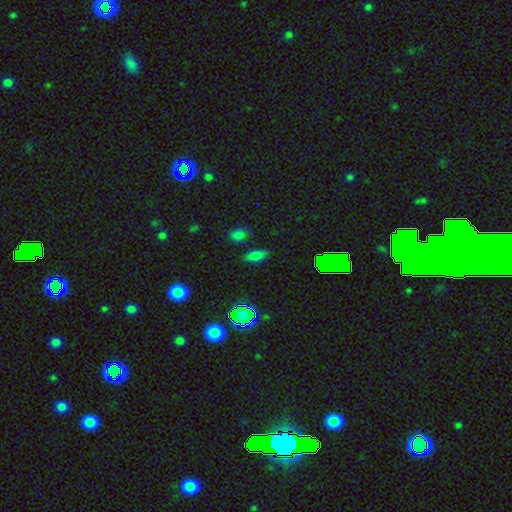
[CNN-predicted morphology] This is likely a smooth galaxy (68%). How rounded: clearly in between (82%). Merging: likely none (77%).